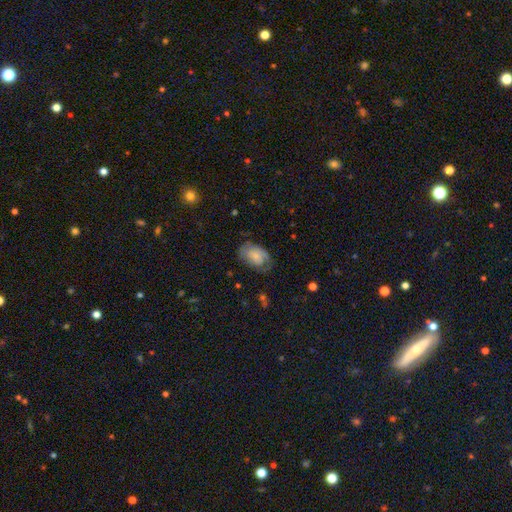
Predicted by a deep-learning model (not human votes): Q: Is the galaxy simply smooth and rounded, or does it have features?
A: smooth — 66%.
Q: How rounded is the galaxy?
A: in between — 88%.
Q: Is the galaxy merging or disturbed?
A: none — 57%.